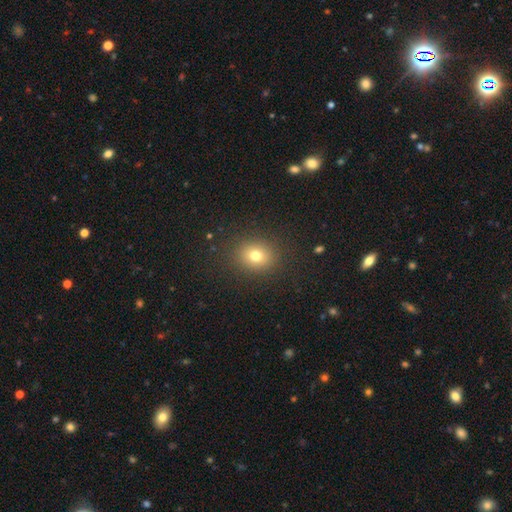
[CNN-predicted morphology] A smooth galaxy with no disk features (76%) that is round (69%).

Vote fractions:
- Smooth or featured? smooth: 76% / star or artifact: 15% / featured or disk: 10%
- How rounded? round: 69% / in between: 30% / cigar-shaped: 1%
- Merging? none: 88% / minor disturbance: 8% / major disturbance: 3% / merger: 1%